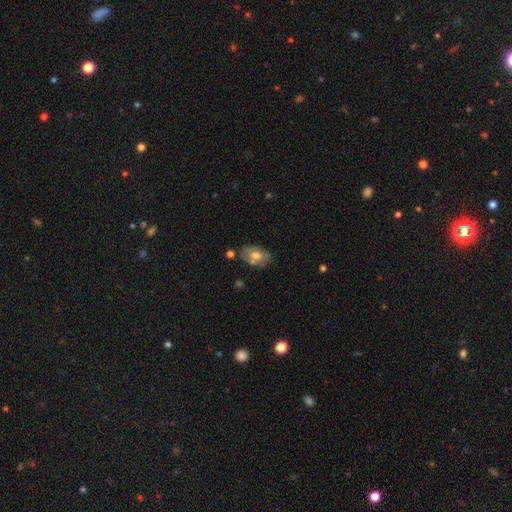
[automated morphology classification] smooth 47%, featured or disk 46%, star or artifact 7%. Down the decision tree: merging — none (64%).